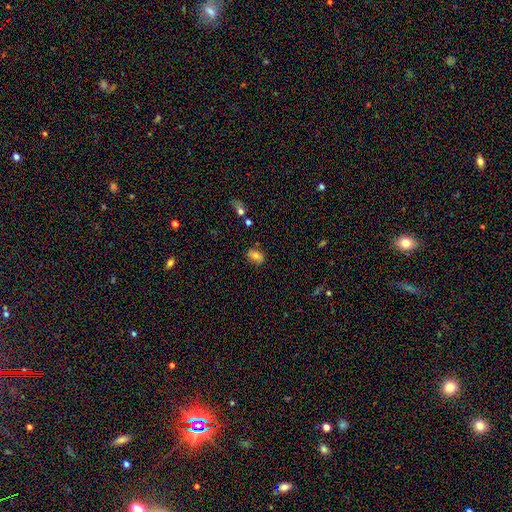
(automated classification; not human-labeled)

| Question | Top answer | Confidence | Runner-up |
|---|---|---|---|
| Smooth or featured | smooth | 77% | featured or disk (12%) |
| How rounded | in between | 80% | round (17%) |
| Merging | none | 78% | minor disturbance (15%) |